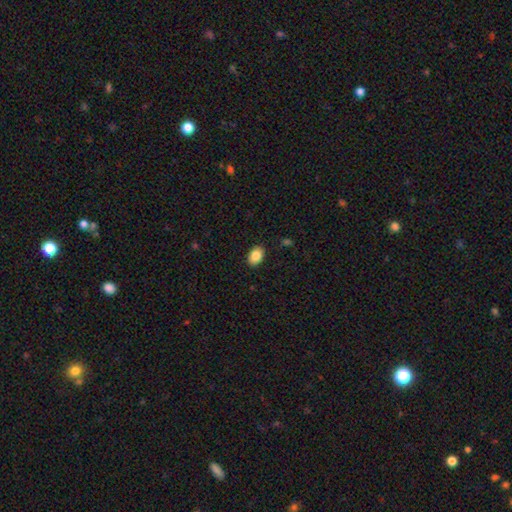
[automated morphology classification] A smooth galaxy with no disk features (86%) that is in between round and cigar-shaped (86%).

Vote fractions:
- Smooth or featured? smooth: 86% / star or artifact: 8% / featured or disk: 6%
- How rounded? in between: 86% / round: 13% / cigar-shaped: 1%
- Merging? none: 89% / minor disturbance: 8% / major disturbance: 2% / merger: 1%